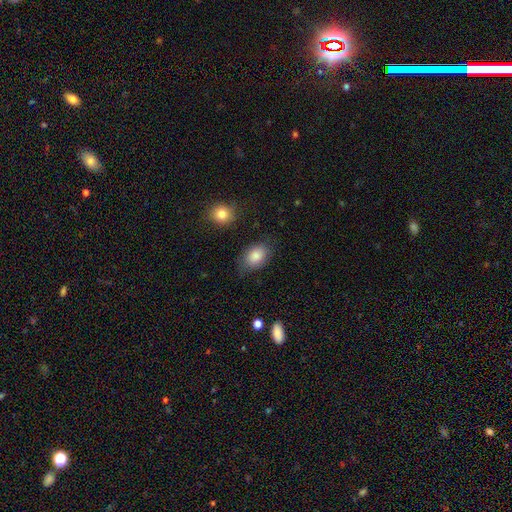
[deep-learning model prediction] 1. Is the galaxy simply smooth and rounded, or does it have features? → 85% smooth, 8% star or artifact, 7% featured or disk.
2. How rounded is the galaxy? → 82% in between, 17% round, 1% cigar-shaped.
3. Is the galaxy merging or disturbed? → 74% none, 19% minor disturbance, 5% major disturbance, 3% merger.